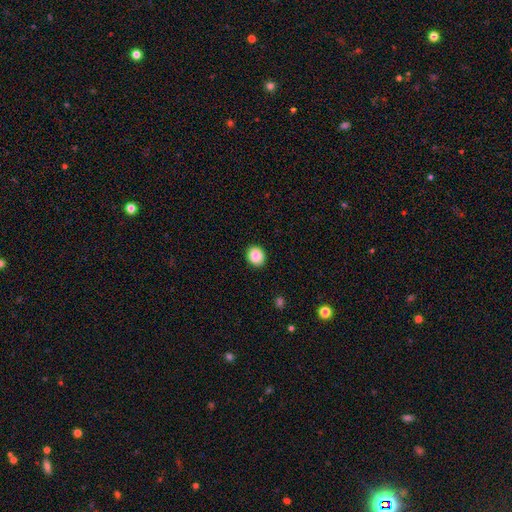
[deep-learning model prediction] Smooth or featured? smooth (88%)
How rounded? round (66%)
Merging? none (90%)